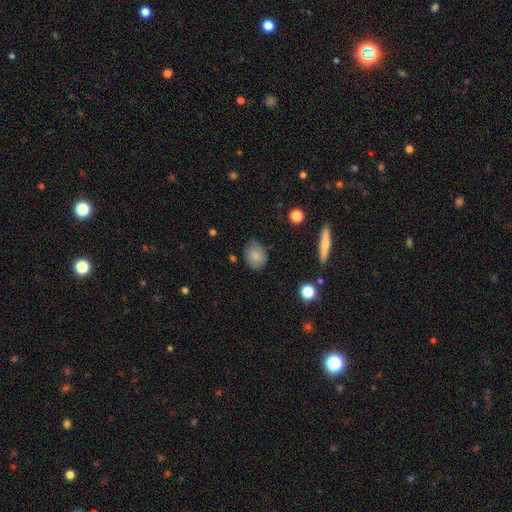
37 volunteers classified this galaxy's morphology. A smooth galaxy with no disk features (84%) that is in between round and cigar-shaped (77%). Merging: none (69%).